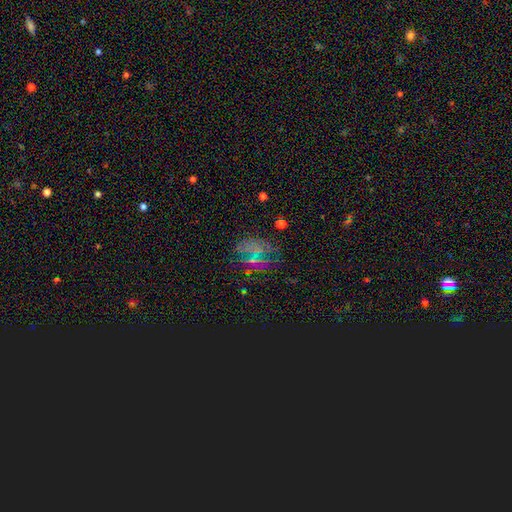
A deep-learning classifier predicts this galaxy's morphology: Smooth or featured? star or artifact (52%)